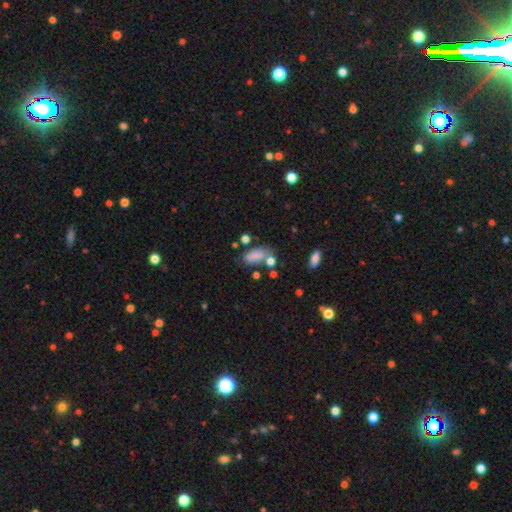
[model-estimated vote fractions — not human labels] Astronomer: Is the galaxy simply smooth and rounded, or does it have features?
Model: smooth — 80%.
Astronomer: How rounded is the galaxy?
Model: in between — 90%.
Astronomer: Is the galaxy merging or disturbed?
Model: none — 53%.